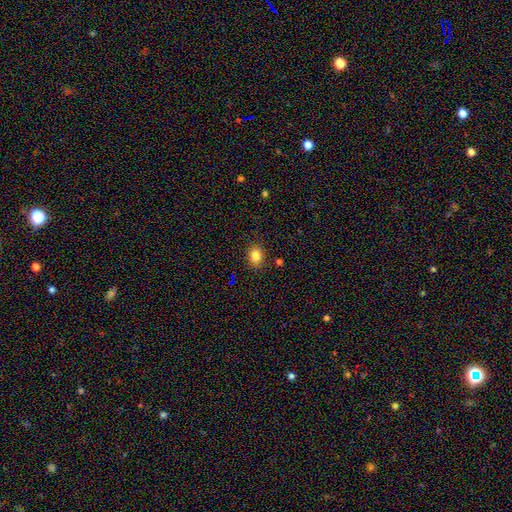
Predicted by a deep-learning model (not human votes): Morphology: type=smooth (83%); roundness=in between (58%); merging=none (85%).